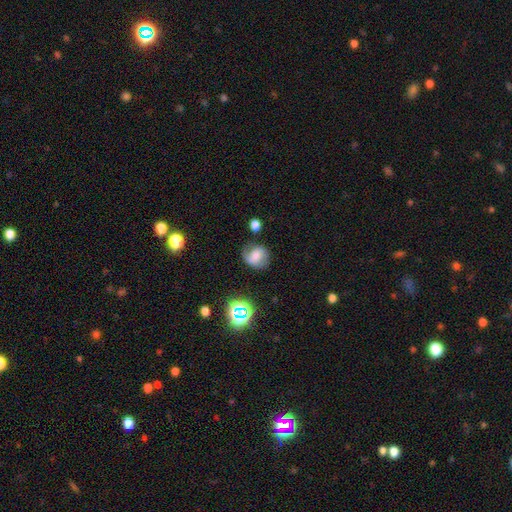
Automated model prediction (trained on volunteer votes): This appears to be a smooth galaxy with no disk features (43%, tied with featured or disk). Merging: none (69%).